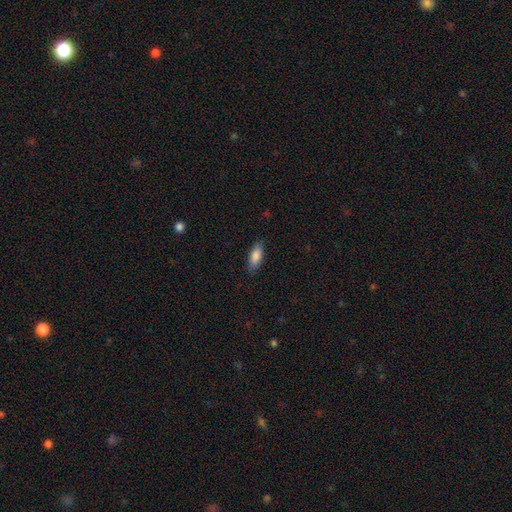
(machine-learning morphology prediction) smooth 86%, featured or disk 8%, star or artifact 6%. Down the decision tree: how rounded — in between (75%); merging — none (85%).